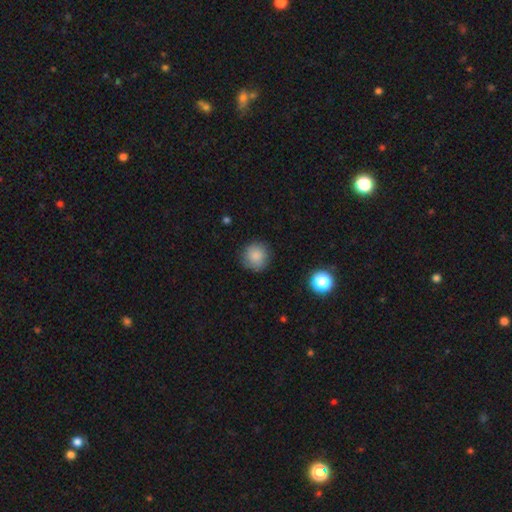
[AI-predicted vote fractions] Smooth or featured: smooth — 85% (star or artifact — 9%)
How rounded: round — 94% (in between — 5%)
Merging: none — 86% (minor disturbance — 10%)